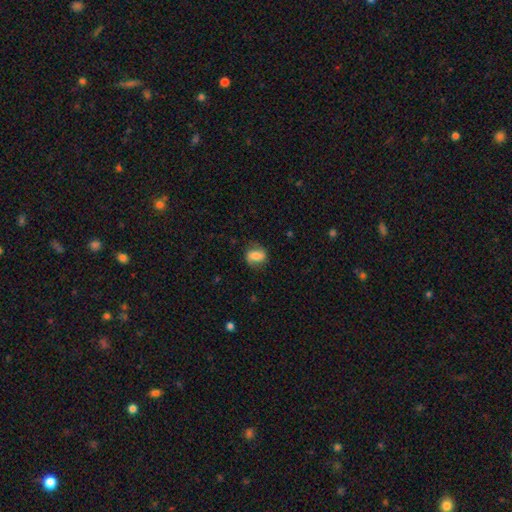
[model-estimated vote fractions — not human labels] This is likely a smooth galaxy (65%). How rounded: likely in between (63%). Merging: likely none (74%).